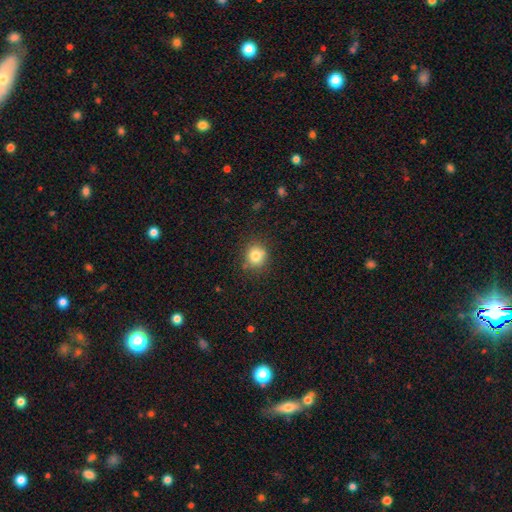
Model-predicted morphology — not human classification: type=smooth (80%); roundness=round (85%); merging=none (81%).